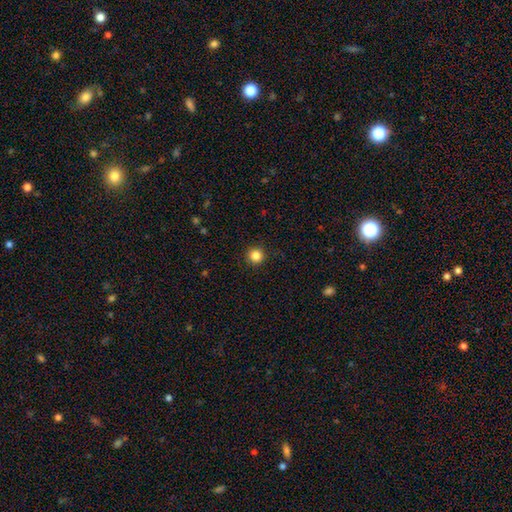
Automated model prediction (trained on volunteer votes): smooth-or-featured: smooth: 85% | star or artifact: 11% | featured or disk: 4%
  how-rounded: round: 96% | in between: 3% | cigar-shaped: 1%
  merging: none: 92% | minor disturbance: 5% | major disturbance: 2% | merger: 1%